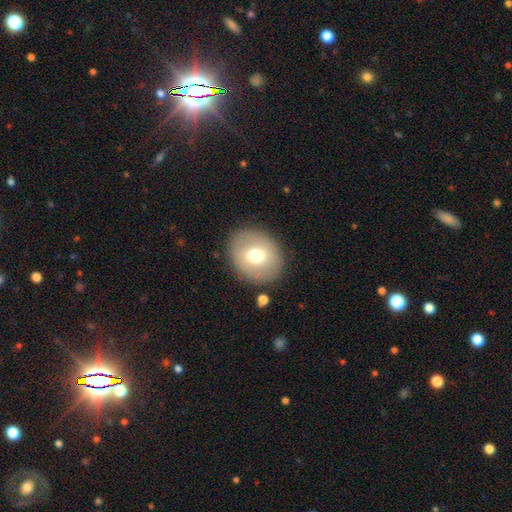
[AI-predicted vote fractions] This is likely a smooth galaxy (66%). How rounded: likely round (62%). Merging: clearly none (85%).